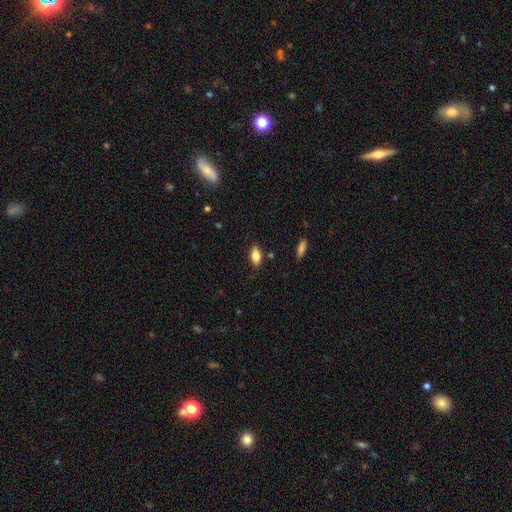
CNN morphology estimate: type=smooth (80%); roundness=in between (88%); merging=none (85%).